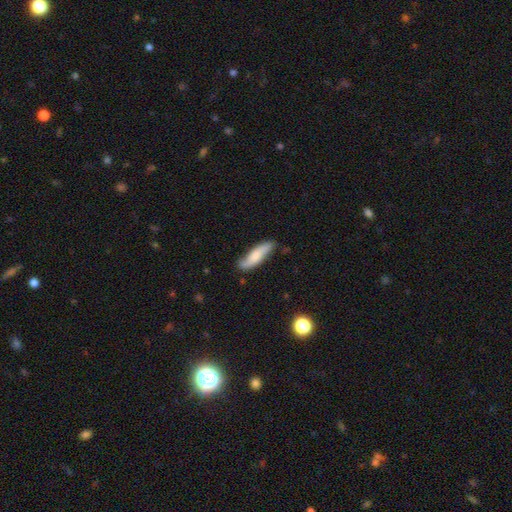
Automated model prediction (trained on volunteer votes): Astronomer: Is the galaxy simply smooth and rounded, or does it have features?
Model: smooth — 57% (runner-up: featured or disk, 37%).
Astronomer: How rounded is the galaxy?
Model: cigar-shaped — 57% (runner-up: in between, 41%).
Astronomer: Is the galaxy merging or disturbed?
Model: none — 71%.